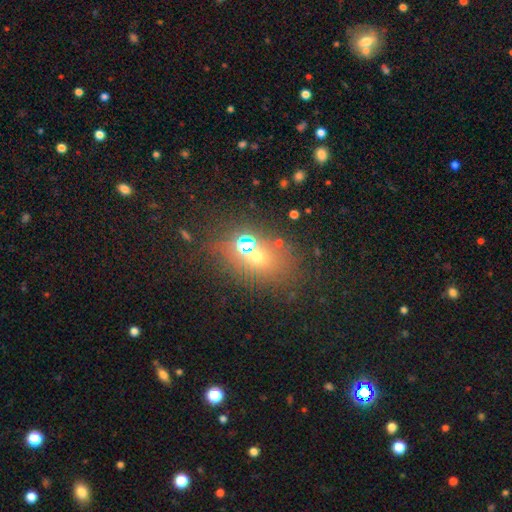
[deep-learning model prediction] A smooth galaxy with no disk features (48%).

Vote fractions:
- Smooth or featured? smooth: 48% / star or artifact: 36% / featured or disk: 16%
- Merging? none: 62% / merger: 19% / minor disturbance: 12% / major disturbance: 7%